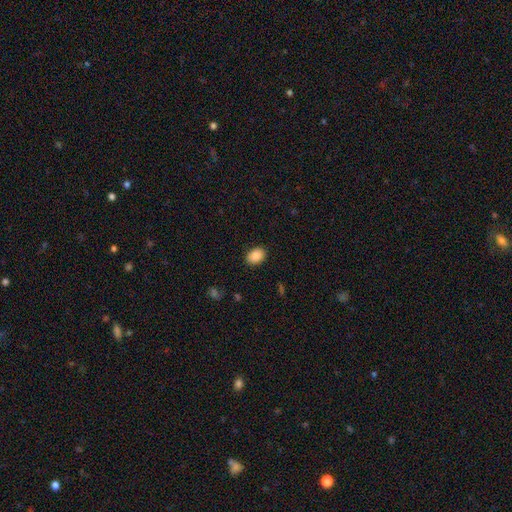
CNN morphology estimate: smooth 89%, star or artifact 8%, featured or disk 4%. Down the decision tree: how rounded — in between (79%); merging — none (88%).